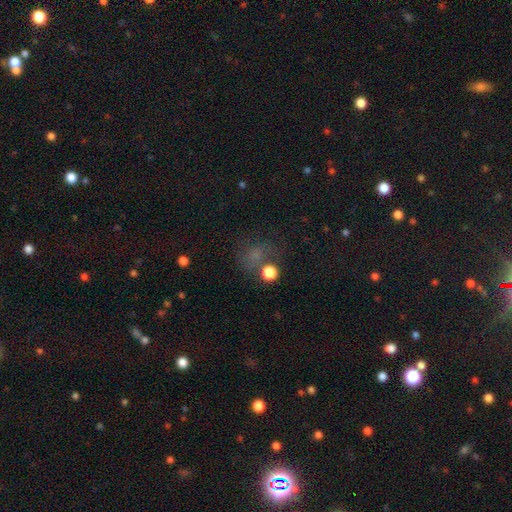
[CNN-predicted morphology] smooth 55%, star or artifact 31%, featured or disk 14%. Down the decision tree: how rounded — round (70%); merging — none (55%).